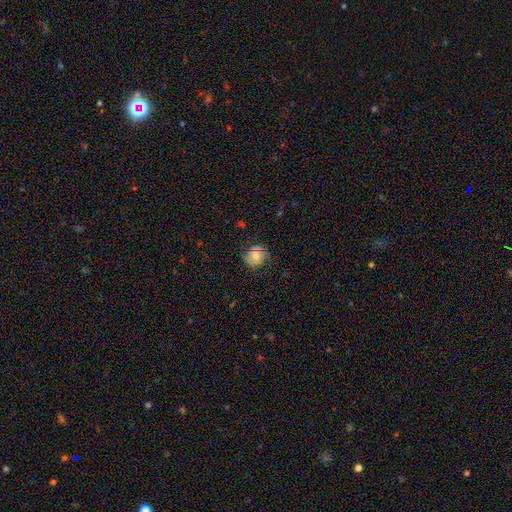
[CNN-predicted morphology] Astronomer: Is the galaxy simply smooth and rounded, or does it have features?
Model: smooth — 55% (runner-up: featured or disk, 35%).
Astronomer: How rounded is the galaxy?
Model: round — 80%.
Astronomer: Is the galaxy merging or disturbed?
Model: none — 73%.